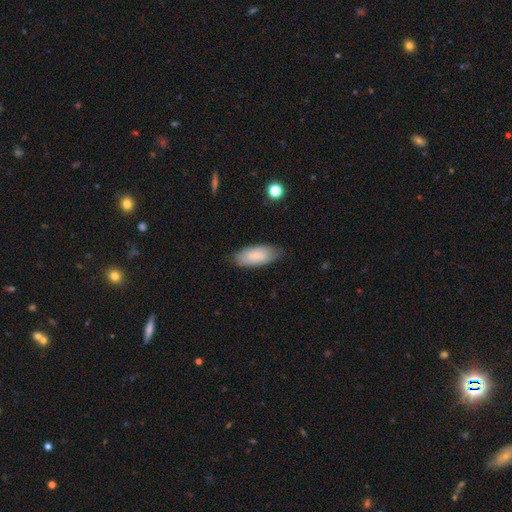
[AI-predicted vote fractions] smooth 72%, featured or disk 21%, star or artifact 6%. Down the decision tree: how rounded — in between (88%); merging — none (79%).